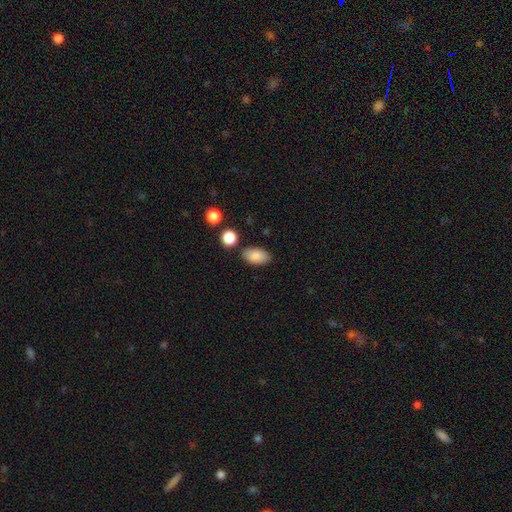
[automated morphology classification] Smooth or featured?
  - smooth: 87% *
  - star or artifact: 8%
  - featured or disk: 6%
How rounded?
  - in between: 92% *
  - round: 6%
  - cigar-shaped: 2%
Merging?
  - none: 82% *
  - minor disturbance: 12%
  - merger: 4%
  - major disturbance: 3%